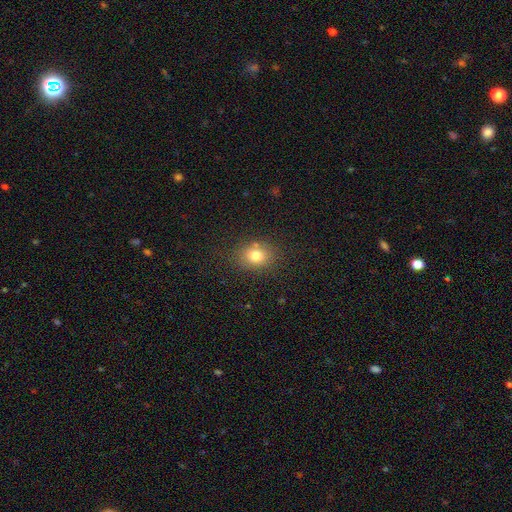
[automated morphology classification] smooth 78%, star or artifact 12%, featured or disk 9%. Down the decision tree: how rounded — round (50%); merging — none (77%).